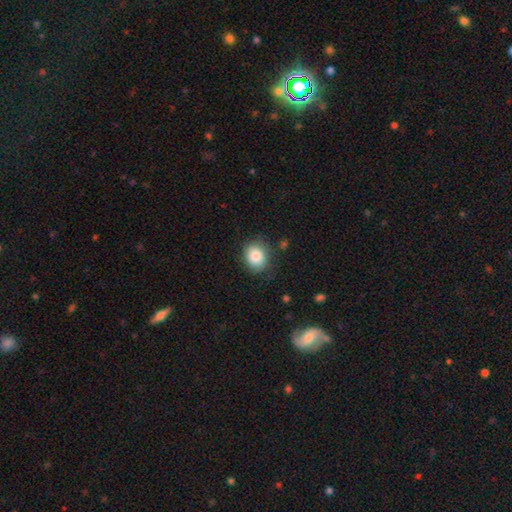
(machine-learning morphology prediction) A smooth galaxy with no disk features (84%) that is round (55%).

Vote fractions:
- Smooth or featured? smooth: 84% / star or artifact: 8% / featured or disk: 8%
- How rounded? round: 55% / in between: 44% / cigar-shaped: 1%
- Merging? none: 80% / minor disturbance: 15% / major disturbance: 4% / merger: 2%